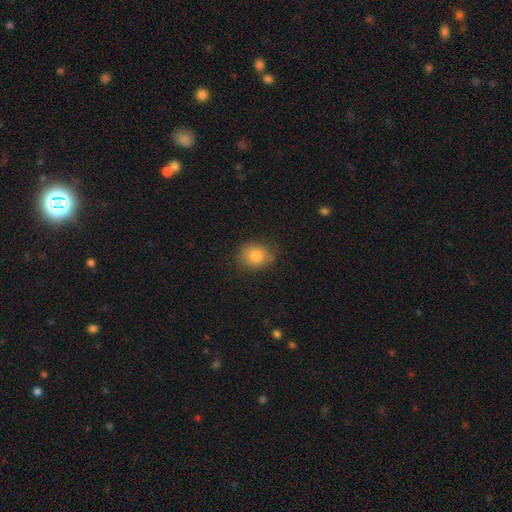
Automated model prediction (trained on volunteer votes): Smooth or featured? Predicted: smooth (p=0.83). How rounded? Predicted: round (p=0.57). Merging? Predicted: none (p=0.78).